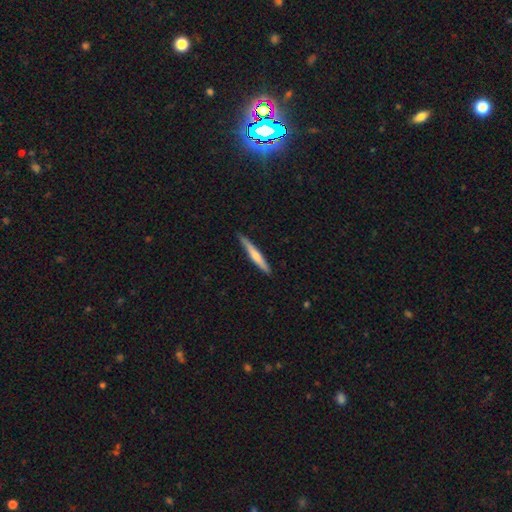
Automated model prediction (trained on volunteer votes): A smooth galaxy with no disk features (56%) that is cigar-shaped (95%).

Vote fractions:
- Smooth or featured? smooth: 56% / featured or disk: 39% / star or artifact: 5%
- How rounded? cigar-shaped: 95% / in between: 4% / round: 1%
- Merging? none: 88% / minor disturbance: 10% / major disturbance: 1% / merger: 1%